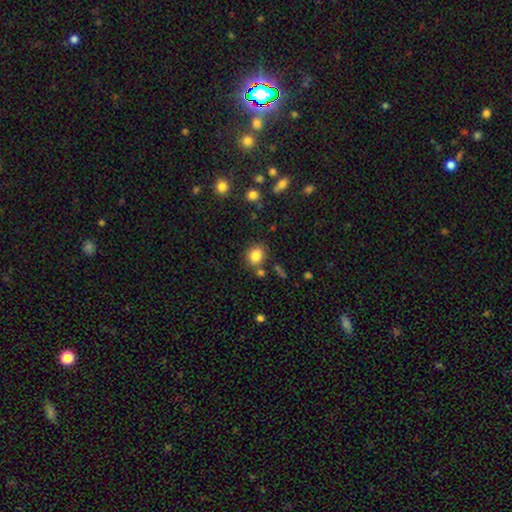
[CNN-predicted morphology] type=smooth (84%); roundness=round (65%); merging=none (75%).